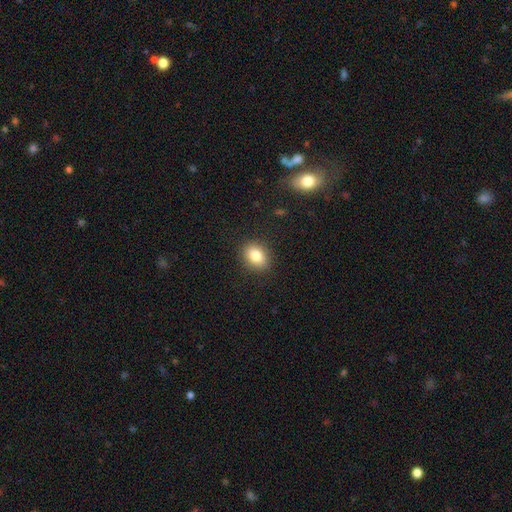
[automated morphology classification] smooth-or-featured: smooth: 83% | star or artifact: 9% | featured or disk: 8%
  how-rounded: in between: 64% | round: 35% | cigar-shaped: 1%
  merging: none: 88% | minor disturbance: 8% | major disturbance: 3% | merger: 1%